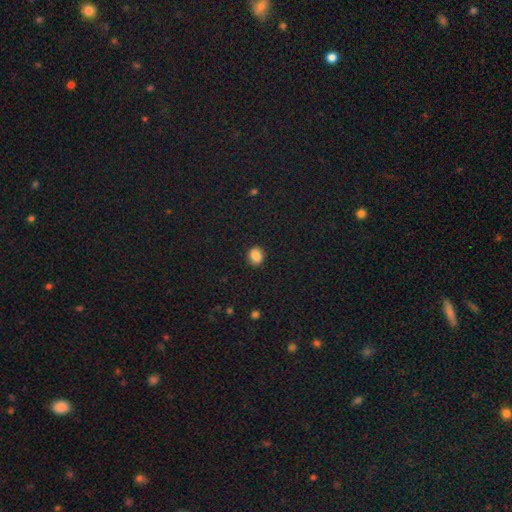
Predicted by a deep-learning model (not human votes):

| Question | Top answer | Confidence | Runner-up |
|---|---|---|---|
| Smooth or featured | smooth | 85% | star or artifact (10%) |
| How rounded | round | 68% | in between (31%) |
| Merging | none | 88% | minor disturbance (9%) |